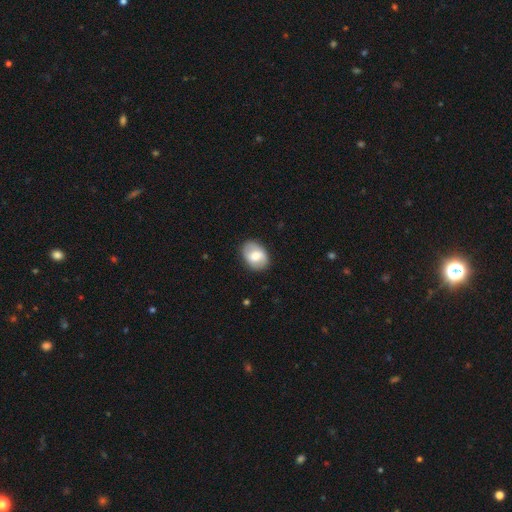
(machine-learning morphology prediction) A smooth galaxy with no disk features (60%) that is in between round and cigar-shaped (76%). Merging: none (85%).